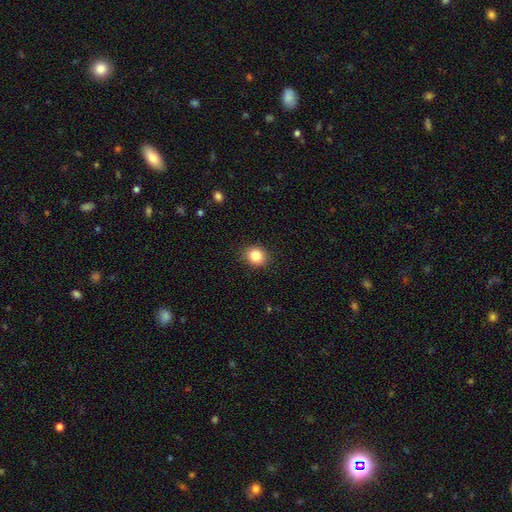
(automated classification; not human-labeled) Smooth or featured: smooth — 84% (star or artifact — 10%)
How rounded: round — 63% (in between — 36%)
Merging: none — 88% (minor disturbance — 9%)